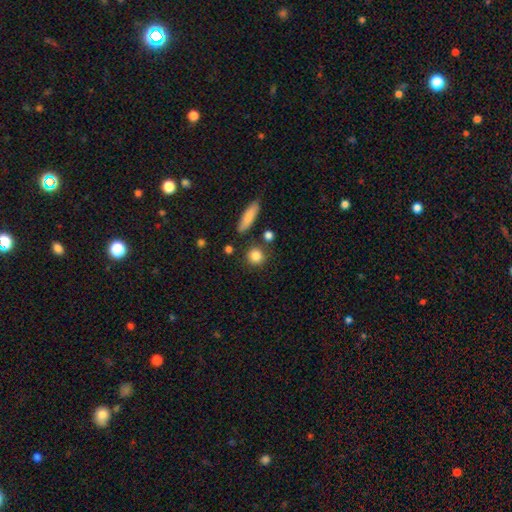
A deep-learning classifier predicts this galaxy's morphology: Overall: smooth (85%). How rounded: round (84%). Merging: none (80%).